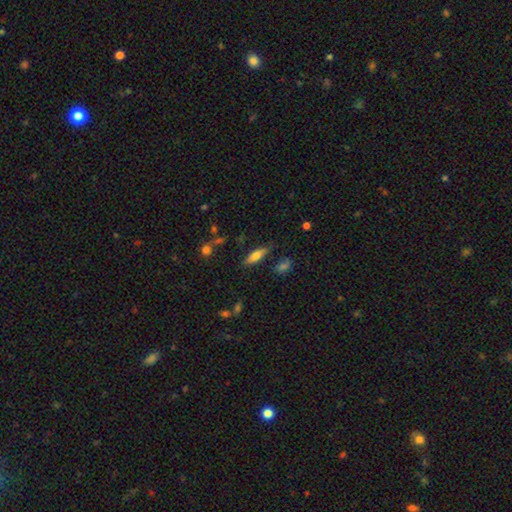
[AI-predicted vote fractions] smooth-or-featured: smooth: 68% | featured or disk: 24% | star or artifact: 8%
  how-rounded: in between: 49% | cigar-shaped: 48% | round: 3%
  merging: none: 74% | minor disturbance: 17% | major disturbance: 5% | merger: 4%